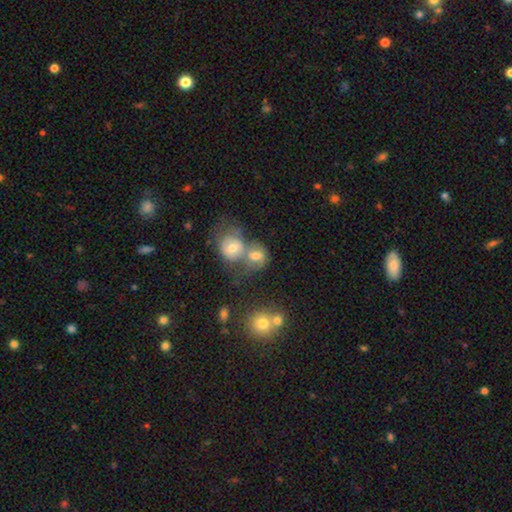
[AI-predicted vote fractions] Smooth or featured: smooth — 62% (featured or disk — 25%)
How rounded: round — 55% (in between — 44%)
Merging: merger — 56% (none — 26%)